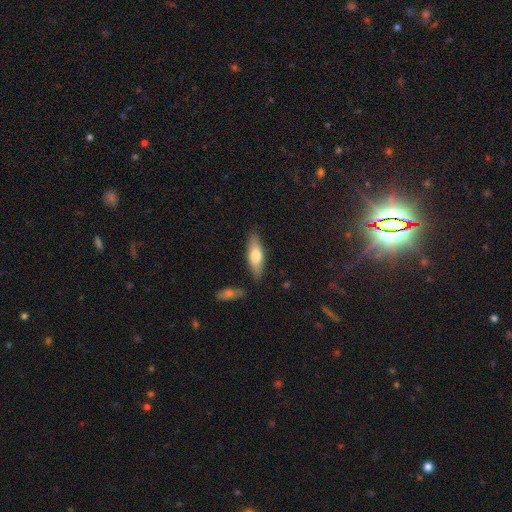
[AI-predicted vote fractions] Morphology: type=smooth (65%); roundness=in between (53%); merging=none (84%).